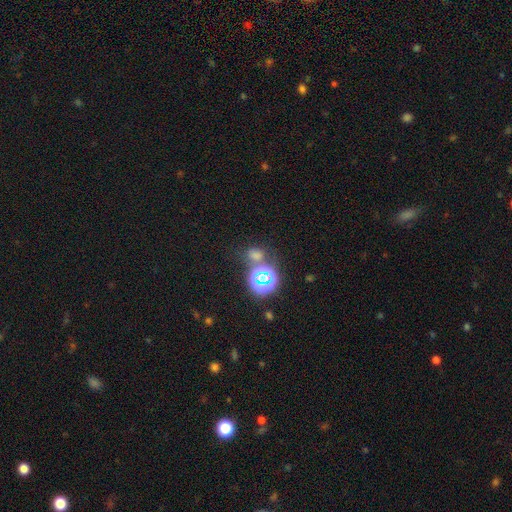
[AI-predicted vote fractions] Morphology: type=star or artifact (50%).